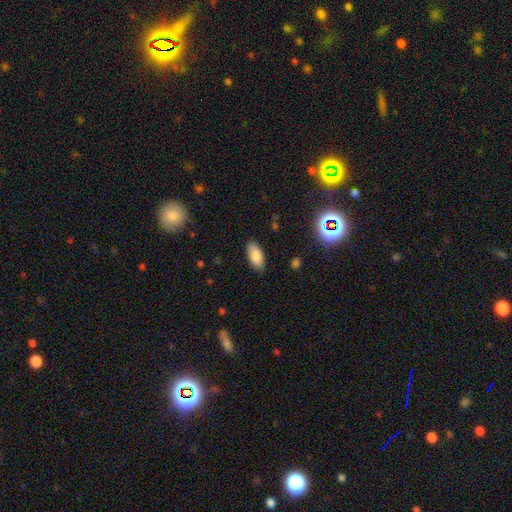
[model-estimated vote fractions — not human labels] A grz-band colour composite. It shows a smooth galaxy with no disk features (84%) that is in between round and cigar-shaped (91%). Merging: none (87%).